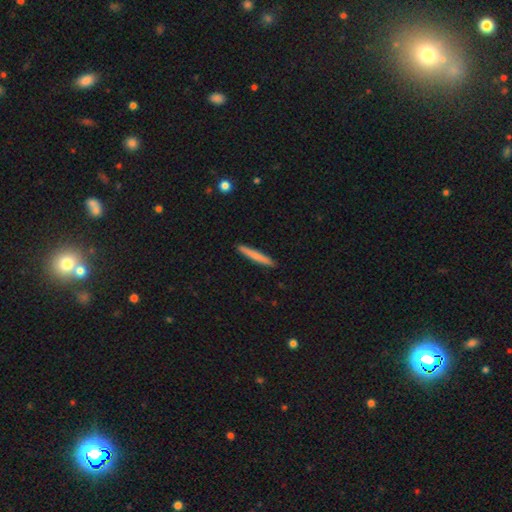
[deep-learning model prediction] Smooth or featured? smooth (72%)
How rounded? cigar-shaped (96%)
Merging? none (92%)